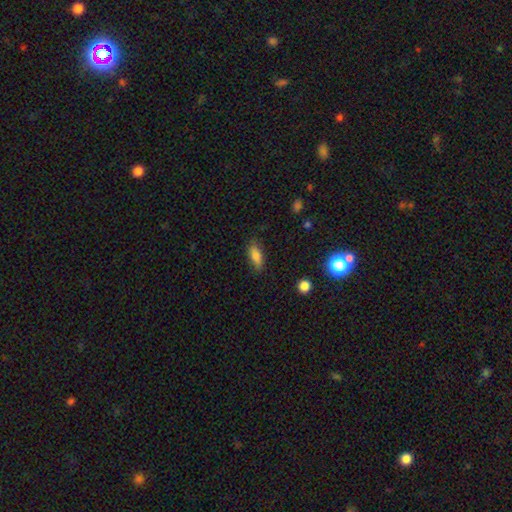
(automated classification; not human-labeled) Smooth or featured? Predicted: smooth (p=0.82). How rounded? Predicted: in between (p=0.74). Merging? Predicted: none (p=0.80).